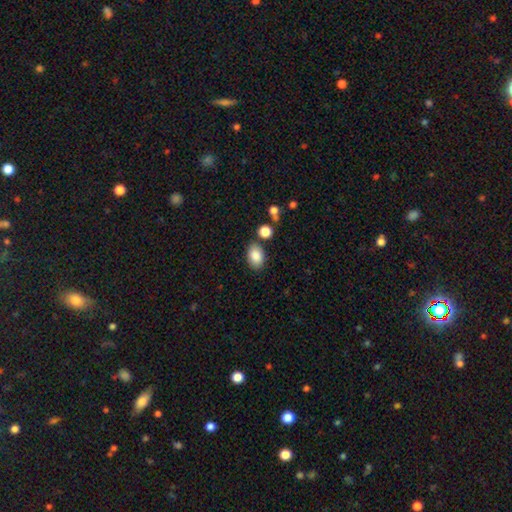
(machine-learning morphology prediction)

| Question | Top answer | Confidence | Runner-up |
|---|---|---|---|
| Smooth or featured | smooth | 87% | star or artifact (8%) |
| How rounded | in between | 87% | round (12%) |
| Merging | none | 81% | minor disturbance (11%) |